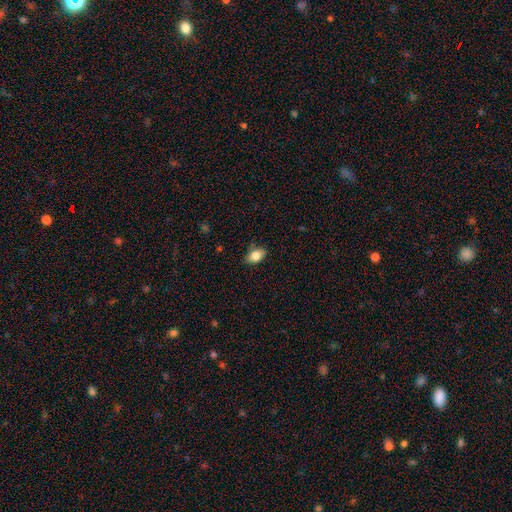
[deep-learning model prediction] A smooth galaxy with no disk features (82%) that is in between round and cigar-shaped (83%).

Vote fractions:
- Smooth or featured? smooth: 82% / featured or disk: 9% / star or artifact: 8%
- How rounded? in between: 83% / round: 15% / cigar-shaped: 2%
- Merging? none: 74% / minor disturbance: 21% / major disturbance: 3% / merger: 1%